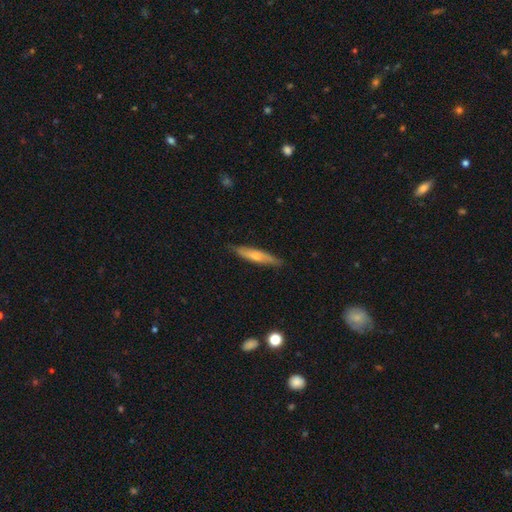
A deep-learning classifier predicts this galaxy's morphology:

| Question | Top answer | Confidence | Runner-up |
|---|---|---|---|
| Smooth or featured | smooth | 62% | featured or disk (32%) |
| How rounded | cigar-shaped | 87% | in between (11%) |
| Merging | none | 84% | minor disturbance (13%) |